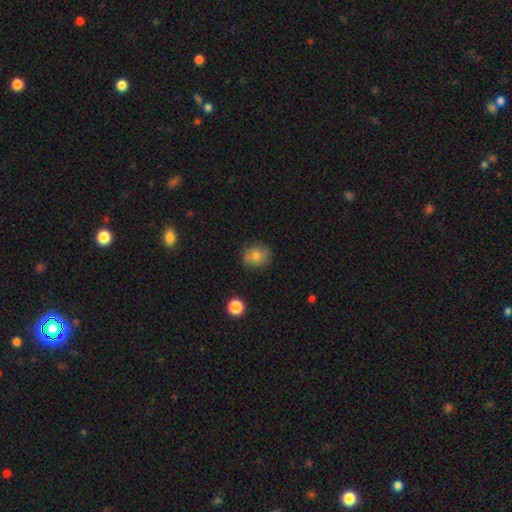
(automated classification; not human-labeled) smooth 74%, featured or disk 14%, star or artifact 11%. Down the decision tree: how rounded — round (69%); merging — none (79%).